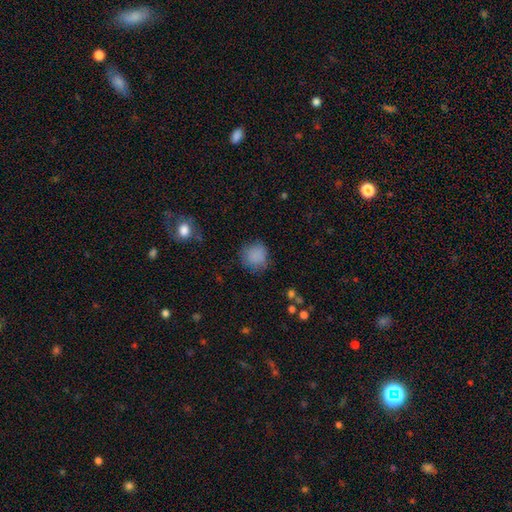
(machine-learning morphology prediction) Smooth or featured? Predicted: smooth (p=0.84). How rounded? Predicted: round (p=0.86). Merging? Predicted: none (p=0.72).